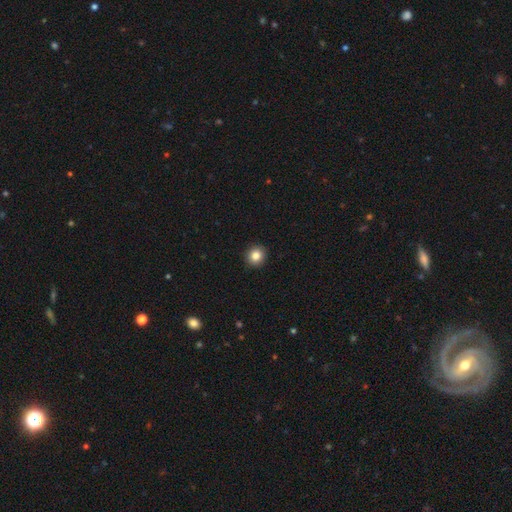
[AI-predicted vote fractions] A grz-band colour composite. It shows a smooth galaxy with no disk features (85%) that is round (88%). Merging: none (92%).